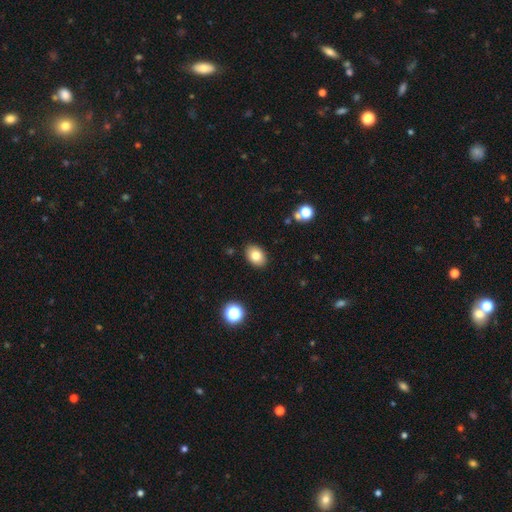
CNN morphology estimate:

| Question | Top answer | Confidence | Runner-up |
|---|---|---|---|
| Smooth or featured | smooth | 81% | star or artifact (10%) |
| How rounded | in between | 77% | round (22%) |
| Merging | none | 88% | minor disturbance (8%) |